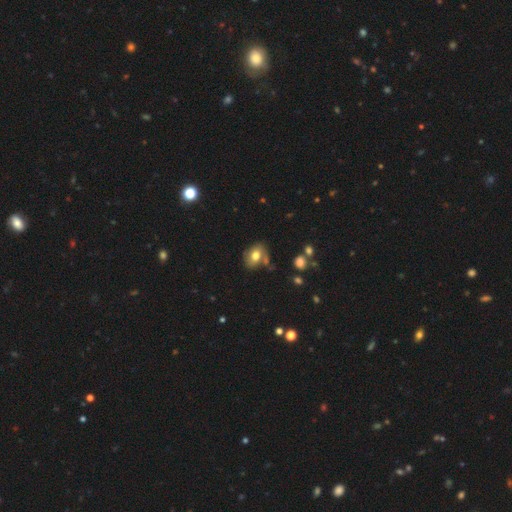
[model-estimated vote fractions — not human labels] Smooth or featured: smooth — 70% (featured or disk — 20%)
How rounded: in between — 70% (round — 29%)
Merging: none — 60% (minor disturbance — 21%)